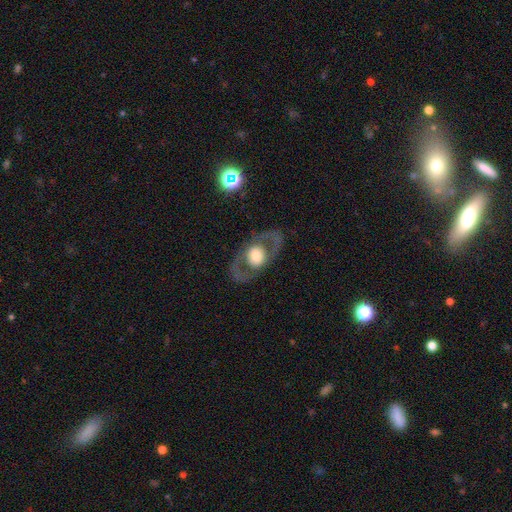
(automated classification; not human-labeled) Smooth or featured? Predicted: featured or disk (p=0.64). Edge-on disk? Predicted: no (p=0.90). Bar? Predicted: no (p=0.81). Spiral arms? Predicted: no (p=0.67). Bulge size? Predicted: large (p=0.46). Merging? Predicted: none (p=0.78).